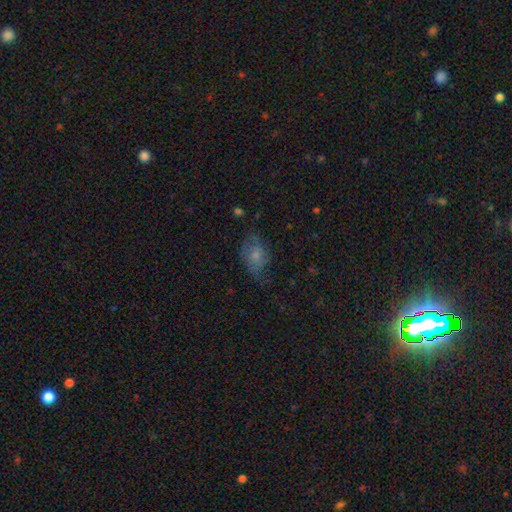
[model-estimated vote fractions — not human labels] The model was most divided on "merging": none: 54%, minor disturbance: 28%, major disturbance: 16%, merger: 2%. More confident: how rounded — in between (80%); smooth or featured — smooth (60%).